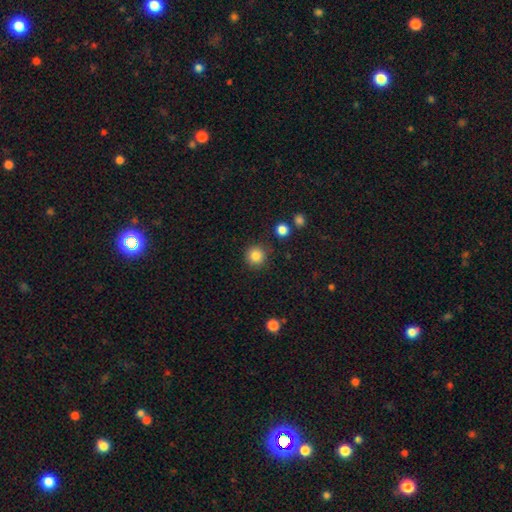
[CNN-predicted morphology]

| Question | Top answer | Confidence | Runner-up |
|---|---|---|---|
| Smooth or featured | smooth | 85% | star or artifact (10%) |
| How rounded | round | 94% | in between (5%) |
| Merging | none | 88% | minor disturbance (7%) |